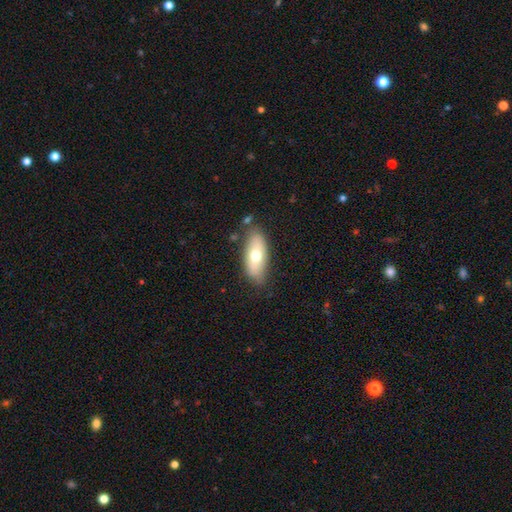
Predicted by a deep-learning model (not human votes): smooth 64%, featured or disk 30%, star or artifact 7%. Down the decision tree: how rounded — in between (81%); merging — none (78%).